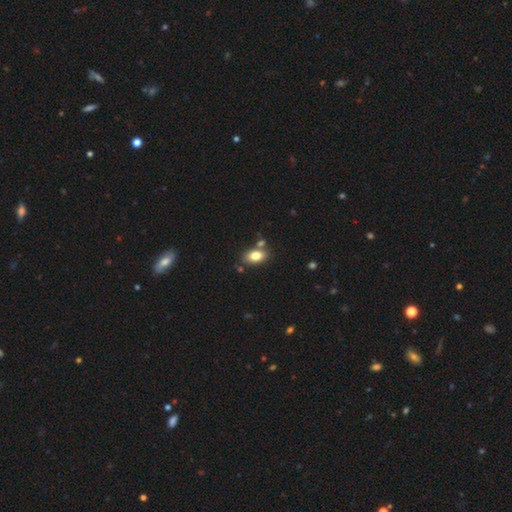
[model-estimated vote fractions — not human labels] Overall: smooth (80%). How rounded: in between (87%). Merging: none (70%).